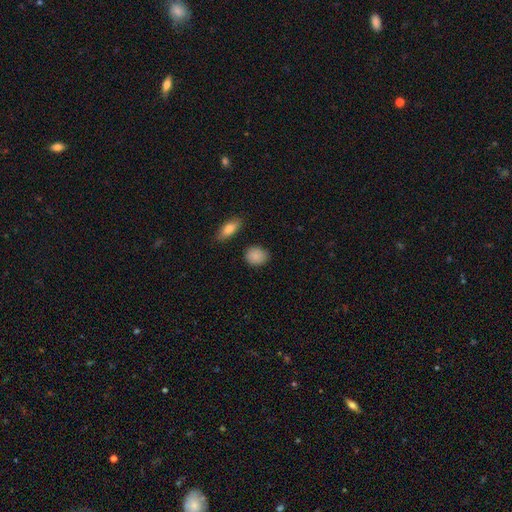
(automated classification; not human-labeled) Smooth or featured: smooth — 88% (star or artifact — 8%)
How rounded: round — 54% (in between — 44%)
Merging: none — 85% (minor disturbance — 10%)